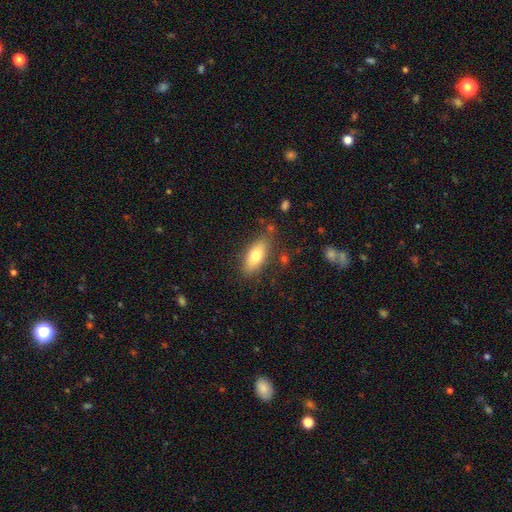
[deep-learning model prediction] smooth_or_featured: smooth (p=0.73) [alt: featured or disk p=0.20]
how_rounded: in between (p=0.78) [alt: cigar-shaped p=0.18]
merging: none (p=0.78) [alt: minor disturbance p=0.15]